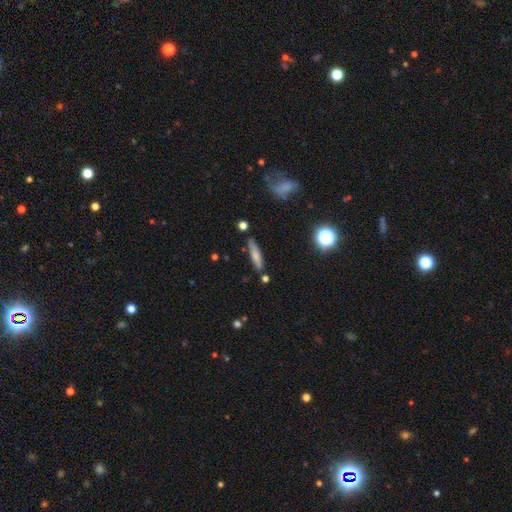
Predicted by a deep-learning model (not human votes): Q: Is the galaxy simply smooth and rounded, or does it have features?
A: smooth — 67%.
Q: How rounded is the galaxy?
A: cigar-shaped — 80%.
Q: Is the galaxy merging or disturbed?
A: none — 82%.